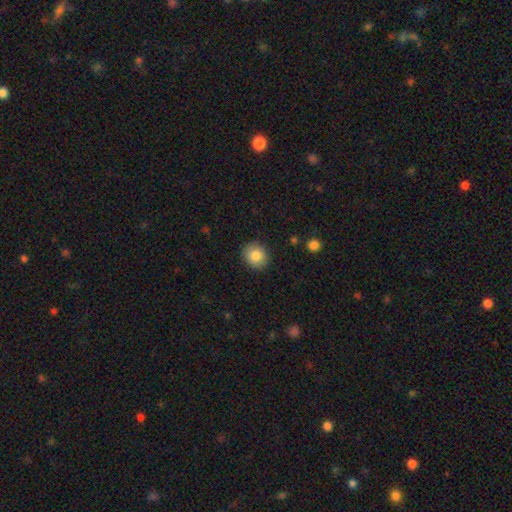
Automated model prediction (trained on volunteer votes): Q: Smooth or featured?
A: smooth (83%); runner-up: featured or disk (9%)
Q: How rounded?
A: round (73%); runner-up: in between (26%)
Q: Merging?
A: none (88%); runner-up: minor disturbance (9%)